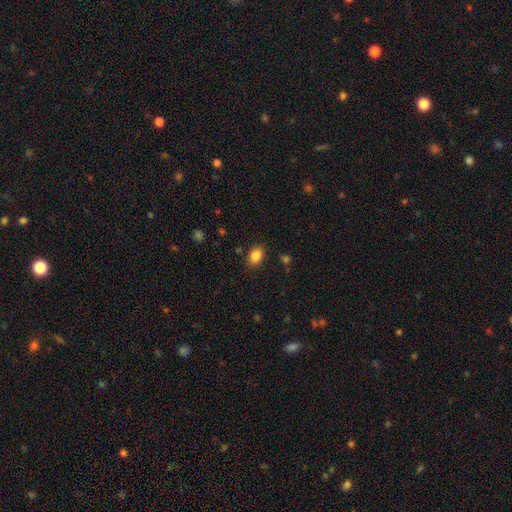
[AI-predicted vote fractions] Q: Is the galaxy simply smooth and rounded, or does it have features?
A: smooth — 87%.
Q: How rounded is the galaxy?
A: in between — 76%.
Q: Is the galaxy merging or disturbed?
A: none — 83%.